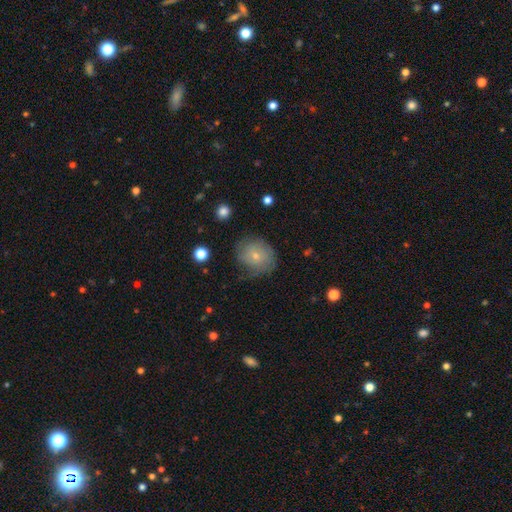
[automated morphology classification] smooth-or-featured: smooth: 59% | featured or disk: 32% | star or artifact: 9%
  how-rounded: round: 67% | in between: 32% | cigar-shaped: 1%
  merging: none: 62% | minor disturbance: 25% | major disturbance: 11% | merger: 2%